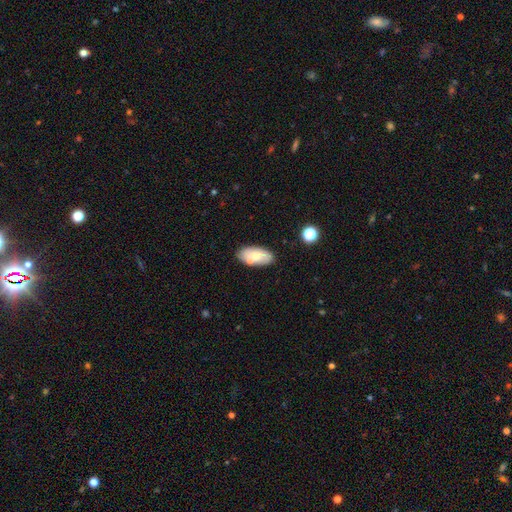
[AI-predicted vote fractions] Overall: smooth (64%; featured or disk 29%). How rounded: in between (91%). Merging: none (70%).